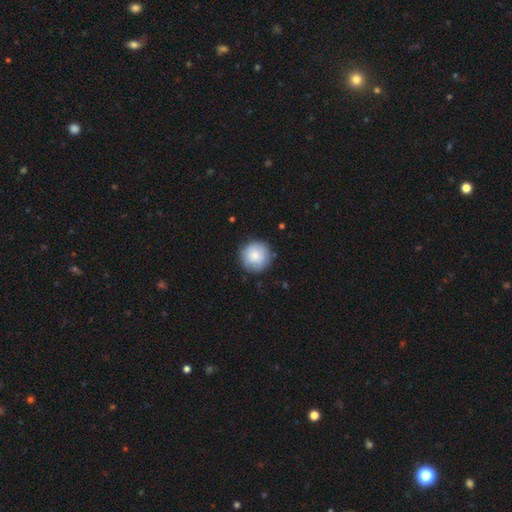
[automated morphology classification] smooth 82%, featured or disk 11%, star or artifact 7%. Down the decision tree: how rounded — round (95%); merging — none (86%).